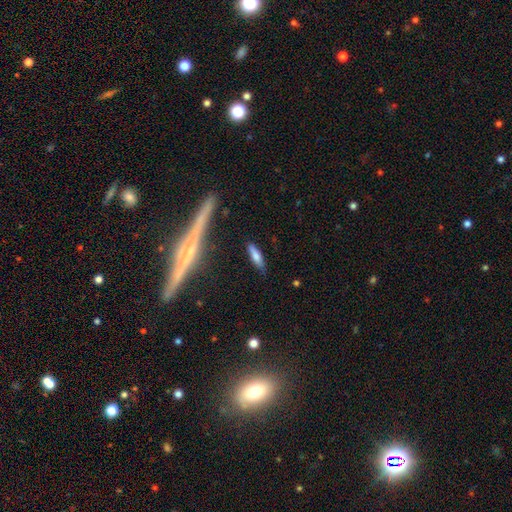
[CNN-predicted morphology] A smooth galaxy with no disk features (70%) that is cigar-shaped (61%).

Vote fractions:
- Smooth or featured? smooth: 70% / featured or disk: 22% / star or artifact: 7%
- How rounded? cigar-shaped: 61% / in between: 37% / round: 2%
- Merging? none: 80% / minor disturbance: 14% / major disturbance: 3% / merger: 3%